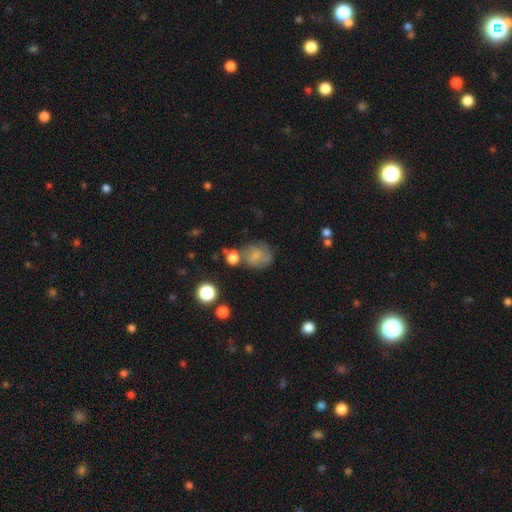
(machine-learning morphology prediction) This appears to be a smooth galaxy with no disk features (66%) that is round (62%). Merging: none (49%).